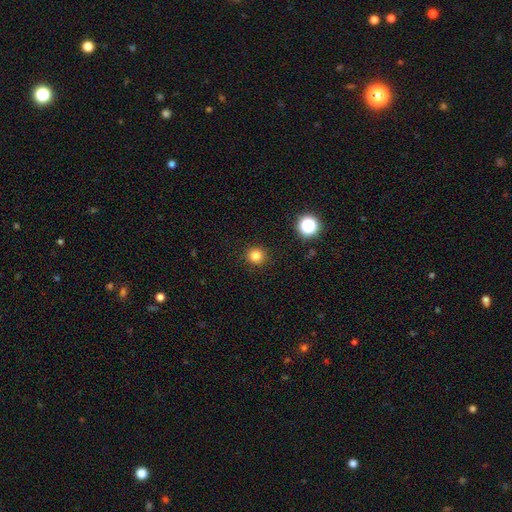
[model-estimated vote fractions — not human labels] smooth_or_featured: smooth (p=0.81) [alt: star or artifact p=0.14]
how_rounded: round (p=0.94) [alt: in between p=0.05]
merging: none (p=0.92) [alt: minor disturbance p=0.05]